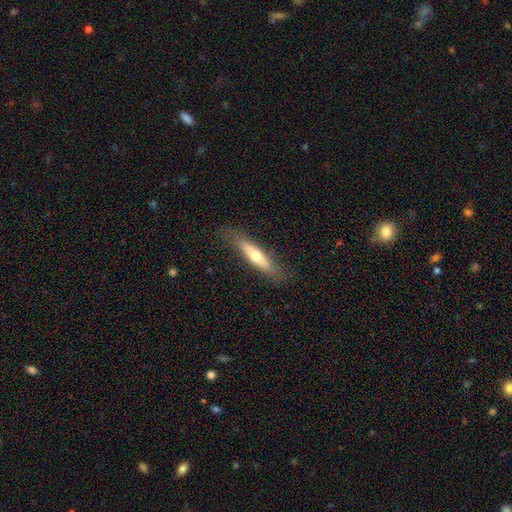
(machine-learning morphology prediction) smooth 52%, featured or disk 42%, star or artifact 6%. Down the decision tree: how rounded — cigar-shaped (78%); merging — none (81%).